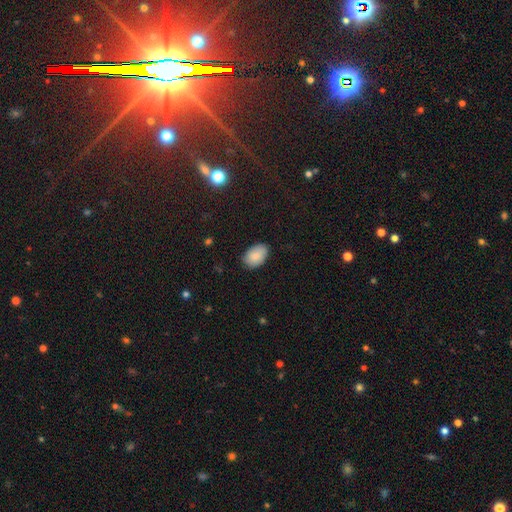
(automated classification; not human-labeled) A smooth galaxy with no disk features (86%) that is in between round and cigar-shaped (89%). Merging: none (78%).